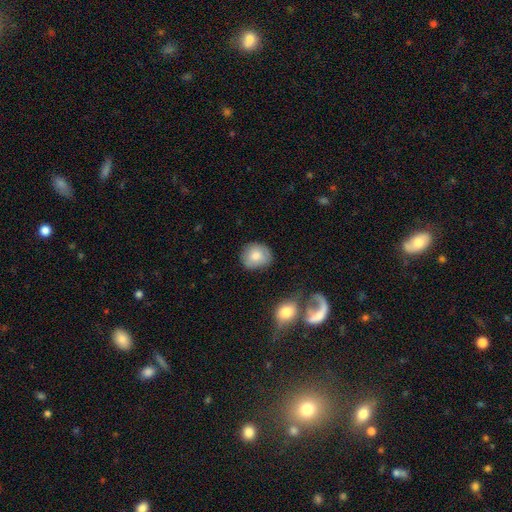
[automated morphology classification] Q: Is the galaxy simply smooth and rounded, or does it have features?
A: smooth — 77%.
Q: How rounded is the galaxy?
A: round — 75%.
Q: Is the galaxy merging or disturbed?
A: none — 79%.